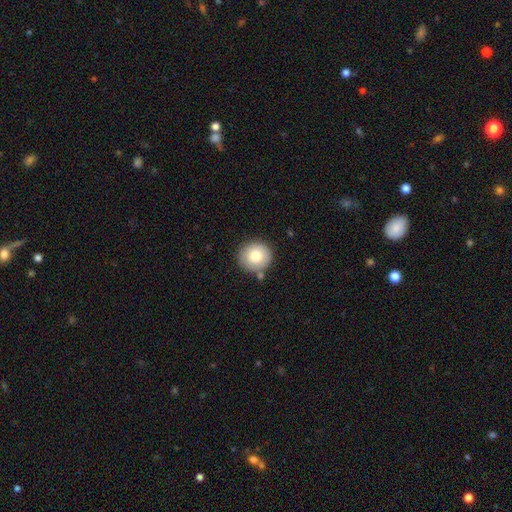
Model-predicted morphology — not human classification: This appears to be a smooth galaxy with no disk features (81%) that is round (90%). Merging: none (80%).